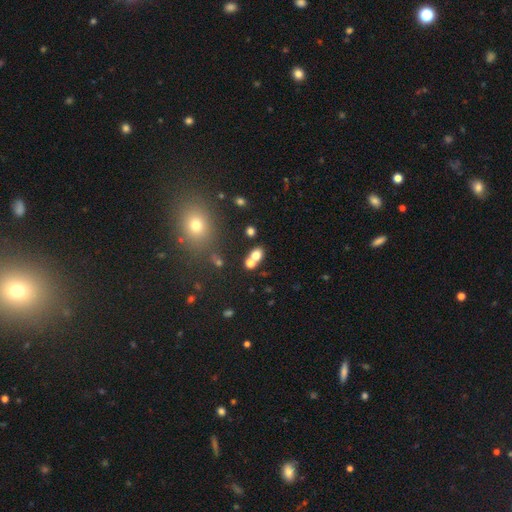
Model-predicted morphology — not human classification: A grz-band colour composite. It shows a smooth galaxy with no disk features (74%) that is in between round and cigar-shaped (59%). Merging: none (45%).